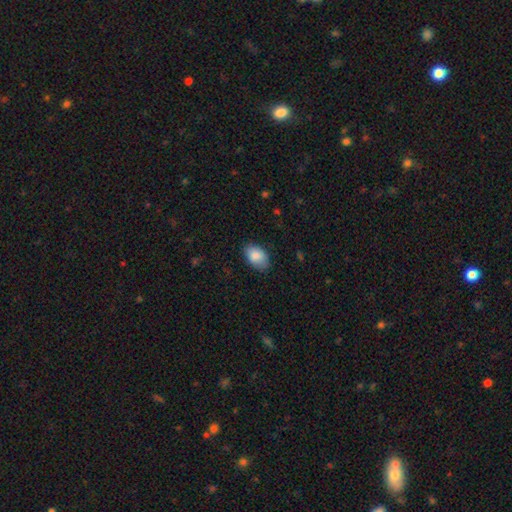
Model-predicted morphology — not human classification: Smooth or featured? smooth (87%)
How rounded? in between (90%)
Merging? none (79%)